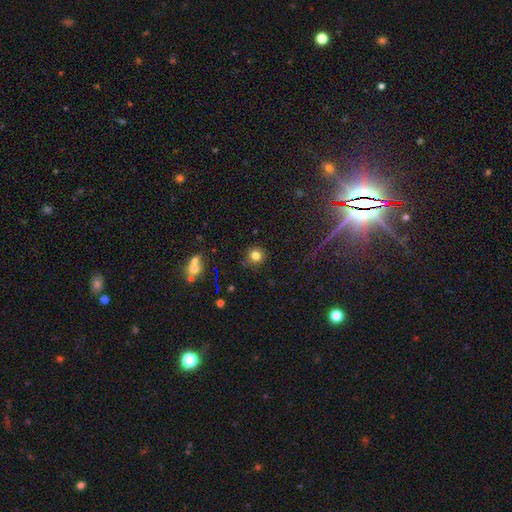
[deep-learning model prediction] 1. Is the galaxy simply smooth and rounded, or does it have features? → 79% smooth, 14% star or artifact, 7% featured or disk.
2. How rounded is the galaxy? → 91% round, 8% in between, 1% cigar-shaped.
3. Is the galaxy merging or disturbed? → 85% none, 9% minor disturbance, 3% merger, 3% major disturbance.